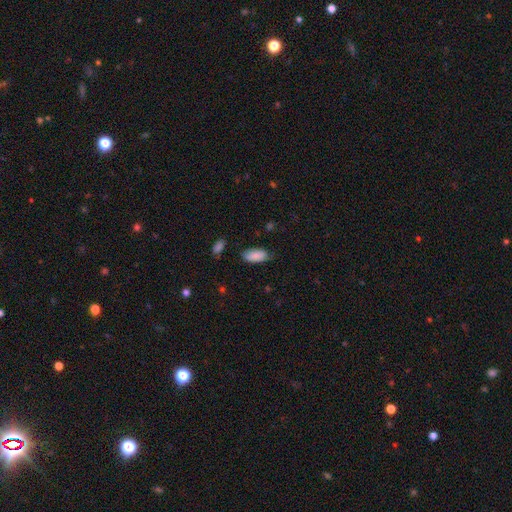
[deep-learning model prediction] Q: Smooth or featured?
A: smooth (88%); runner-up: star or artifact (6%)
Q: How rounded?
A: in between (90%); runner-up: cigar-shaped (8%)
Q: Merging?
A: none (73%); runner-up: minor disturbance (21%)